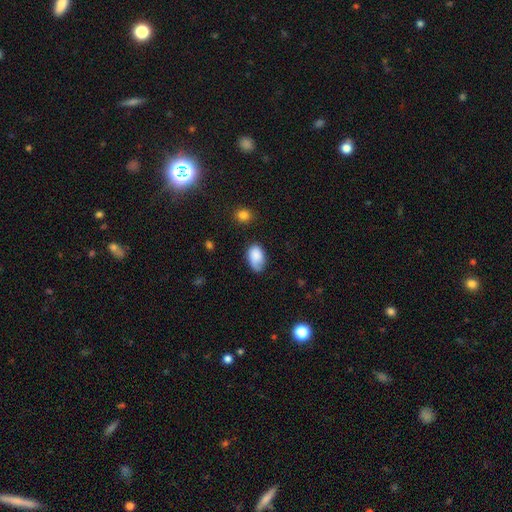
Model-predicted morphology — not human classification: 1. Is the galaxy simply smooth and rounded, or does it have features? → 82% smooth, 11% featured or disk, 7% star or artifact.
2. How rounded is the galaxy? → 91% in between, 8% round, 1% cigar-shaped.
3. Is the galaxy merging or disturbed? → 55% none, 32% minor disturbance, 10% major disturbance, 3% merger.